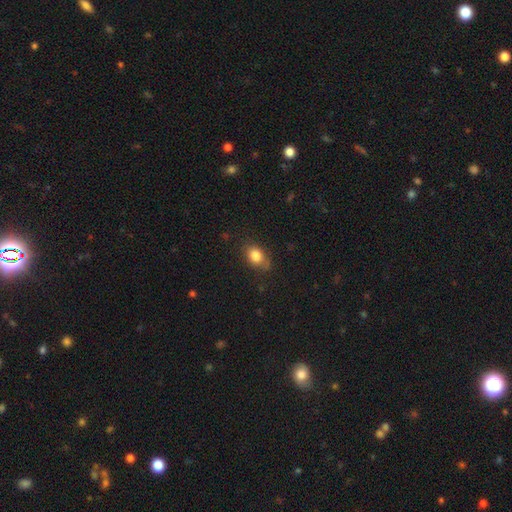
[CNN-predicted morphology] smooth-or-featured: smooth: 82% | star or artifact: 9% | featured or disk: 9%
  how-rounded: in between: 69% | round: 29% | cigar-shaped: 2%
  merging: none: 71% | minor disturbance: 22% | major disturbance: 5% | merger: 2%